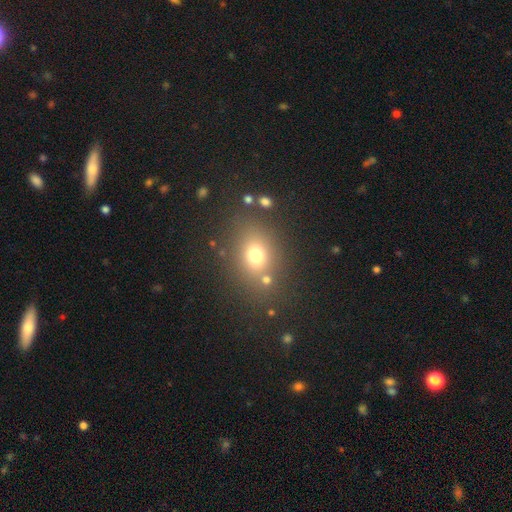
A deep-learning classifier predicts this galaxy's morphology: Overall: smooth (71%). How rounded: in between (56%; round 42%). Merging: none (74%).